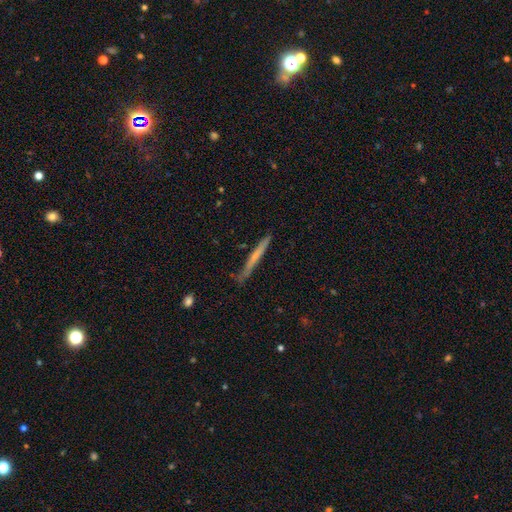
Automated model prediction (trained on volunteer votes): The model was most divided on "smooth or featured": featured or disk: 48%, smooth: 46%, star or artifact: 6%. More confident: merging — none (80%).